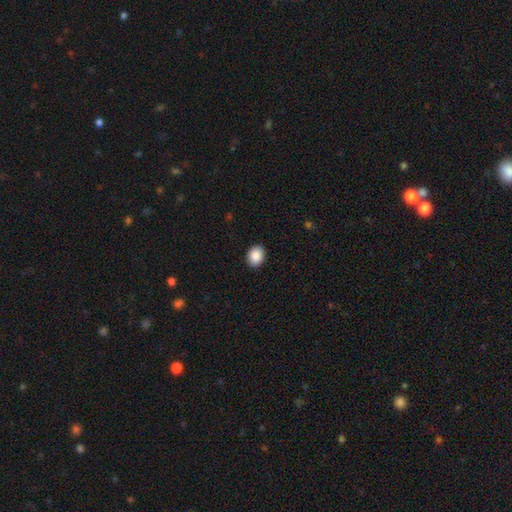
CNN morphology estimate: smooth_or_featured: smooth (p=0.89) [alt: star or artifact p=0.08]
how_rounded: in between (p=0.60) [alt: round p=0.39]
merging: none (p=0.90) [alt: minor disturbance p=0.07]